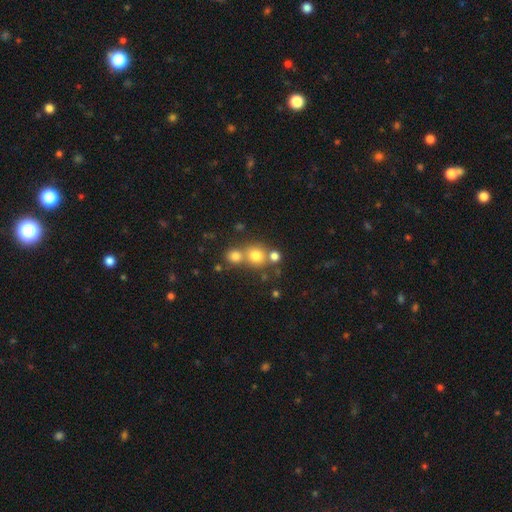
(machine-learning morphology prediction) Smooth or featured?
  - smooth: 74% *
  - star or artifact: 16%
  - featured or disk: 10%
How rounded?
  - round: 87% *
  - in between: 12%
  - cigar-shaped: 1%
Merging?
  - none: 52% *
  - merger: 37%
  - minor disturbance: 7%
  - major disturbance: 3%